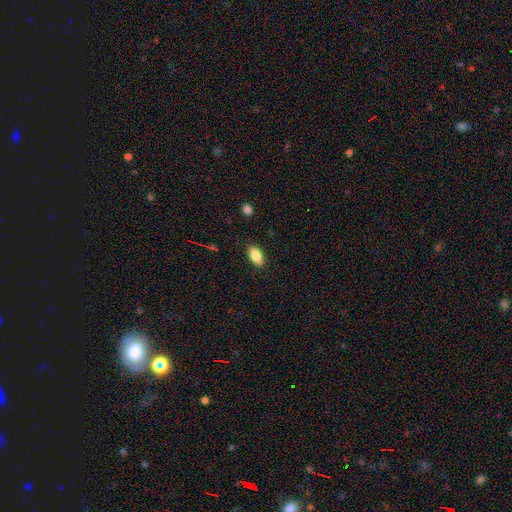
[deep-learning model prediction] Morphology: type=smooth (86%); roundness=in between (90%); merging=none (87%).